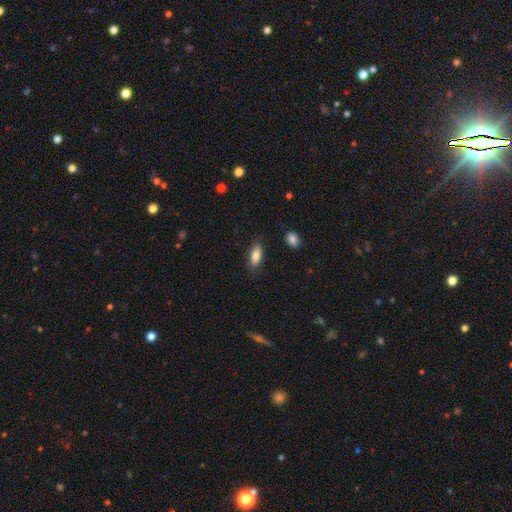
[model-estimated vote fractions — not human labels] Smooth or featured?
  - smooth: 85% *
  - featured or disk: 8%
  - star or artifact: 7%
How rounded?
  - in between: 80% *
  - cigar-shaped: 17%
  - round: 3%
Merging?
  - none: 84% *
  - minor disturbance: 12%
  - major disturbance: 3%
  - merger: 1%